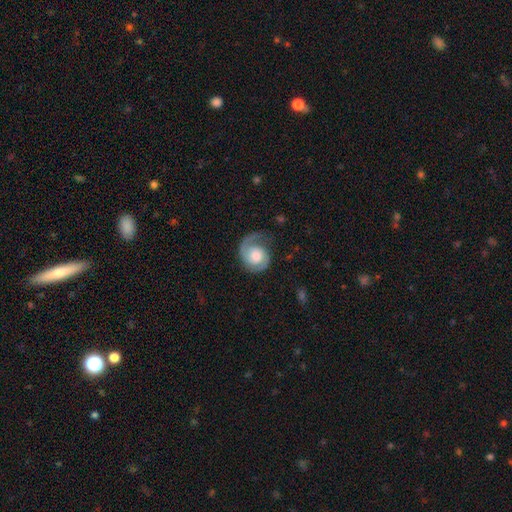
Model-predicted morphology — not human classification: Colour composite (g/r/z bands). It shows a featured or disk galaxy (78%) with no bar (70%), 2 (55%) tight (42%) spiral arms (95%) and a moderate central bulge (53%). Merging: none (59%).